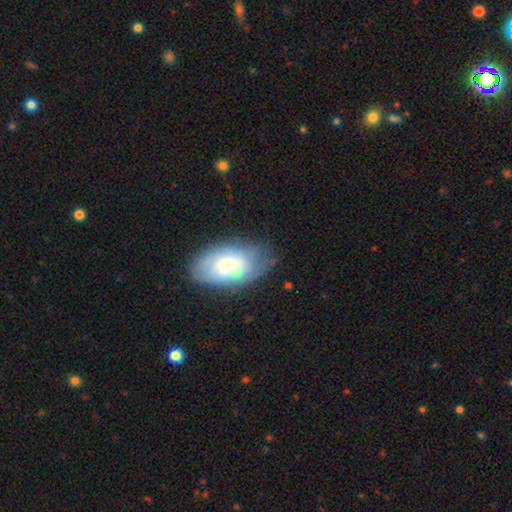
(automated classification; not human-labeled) Smooth or featured? smooth (53%)
How rounded? in between (92%)
Merging? none (72%)